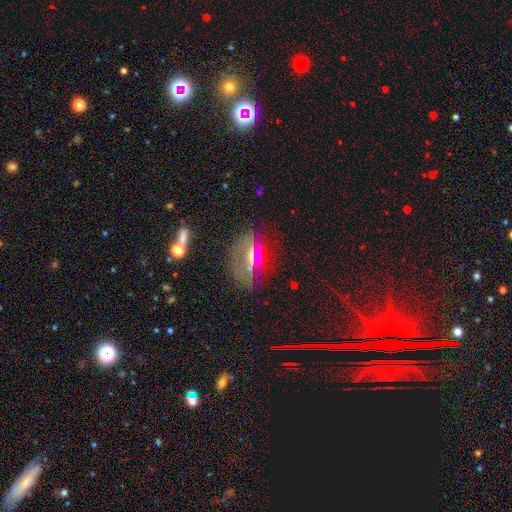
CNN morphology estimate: This is marginally a smooth galaxy (39%). Merging: likely none (67%).